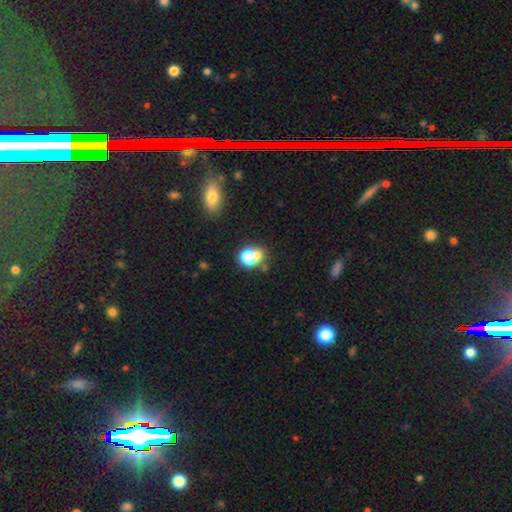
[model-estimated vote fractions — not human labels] Q: Smooth or featured?
A: smooth (68%); runner-up: featured or disk (17%)
Q: How rounded?
A: round (61%); runner-up: in between (38%)
Q: Merging?
A: merger (44%); runner-up: none (38%)